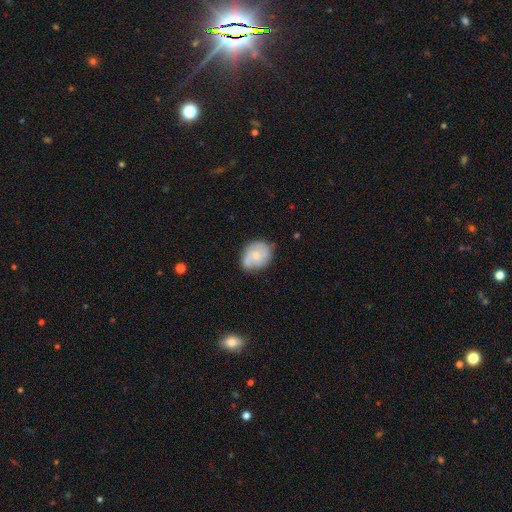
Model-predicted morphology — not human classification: smooth_or_featured: smooth (p=0.52) [alt: featured or disk p=0.41]
how_rounded: round (p=0.55) [alt: in between p=0.44]
merging: none (p=0.63) [alt: minor disturbance p=0.25]